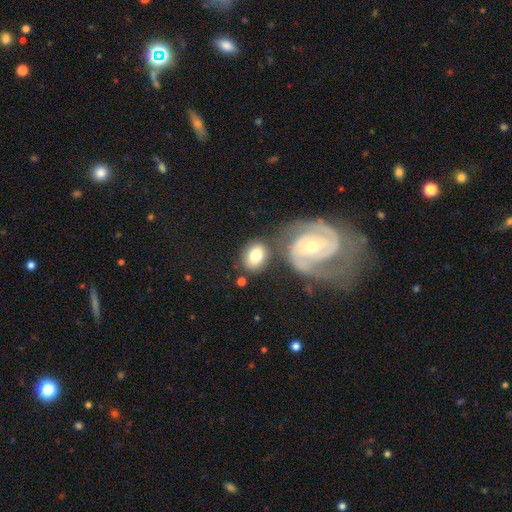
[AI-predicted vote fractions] Smooth or featured: smooth — 70% (featured or disk — 24%)
How rounded: in between — 59% (round — 39%)
Merging: none — 58% (merger — 19%)